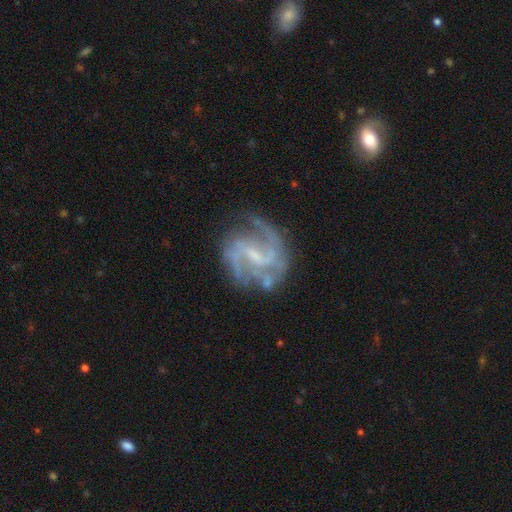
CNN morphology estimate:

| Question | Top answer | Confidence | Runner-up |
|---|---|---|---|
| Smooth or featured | featured or disk | 88% | star or artifact (6%) |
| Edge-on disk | no | 98% | yes (2%) |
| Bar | weak | 54% | strong (28%) |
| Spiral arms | yes | 95% | no (5%) |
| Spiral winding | medium | 51% | loose (29%) |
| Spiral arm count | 2 | 68% | 3 (12%) |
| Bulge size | small | 52% | none (25%) |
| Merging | none | 67% | minor disturbance (18%) |